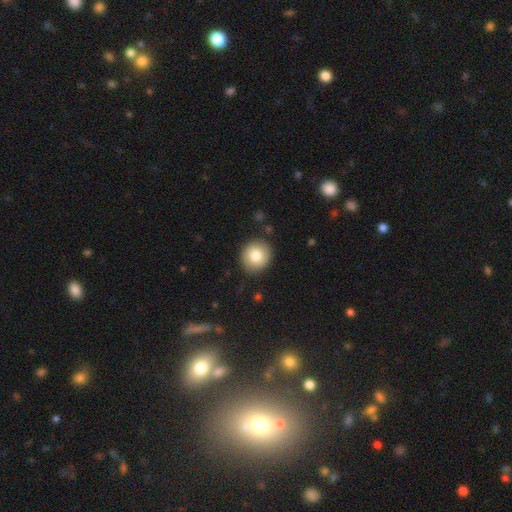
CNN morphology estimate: Overall: smooth (80%). How rounded: round (87%). Merging: none (87%).